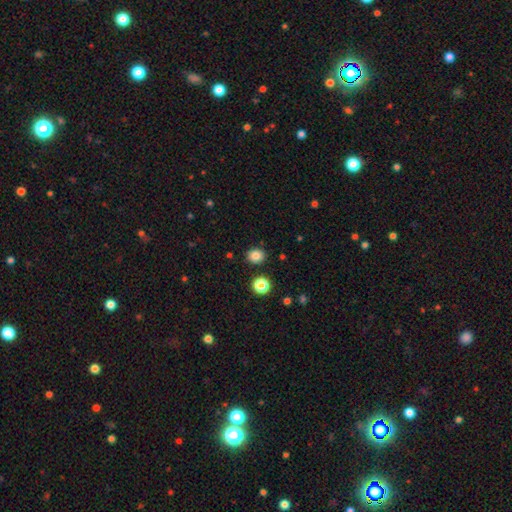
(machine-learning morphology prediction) This is clearly a smooth galaxy (83%). How rounded: likely round (70%). Merging: clearly none (88%).